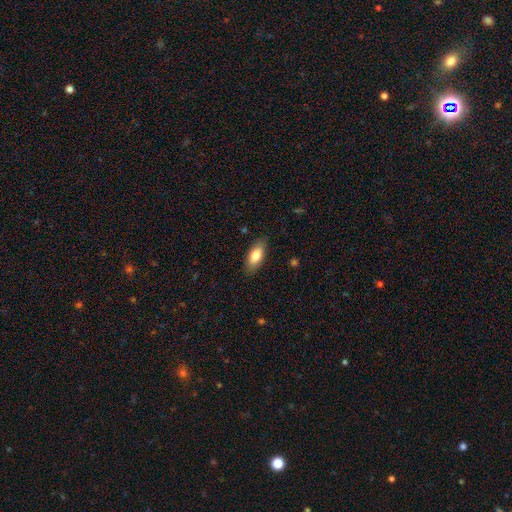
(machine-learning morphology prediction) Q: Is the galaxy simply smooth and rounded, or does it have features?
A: smooth — 79%.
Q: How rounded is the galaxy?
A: in between — 84%.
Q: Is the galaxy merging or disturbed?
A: none — 85%.